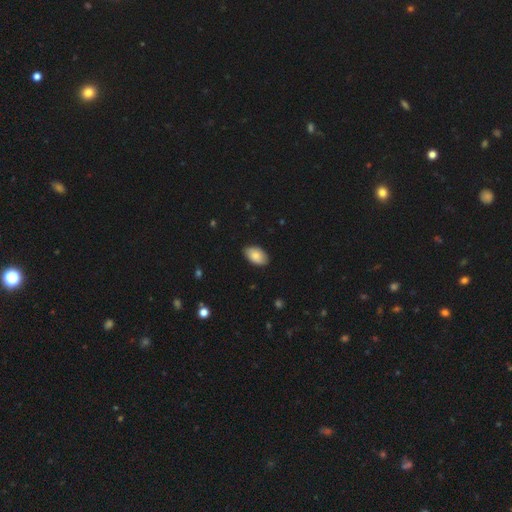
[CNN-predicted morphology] Smooth or featured?
  - smooth: 85% *
  - featured or disk: 9%
  - star or artifact: 6%
How rounded?
  - in between: 94% *
  - round: 5%
  - cigar-shaped: 1%
Merging?
  - none: 85% *
  - minor disturbance: 12%
  - major disturbance: 2%
  - merger: 1%